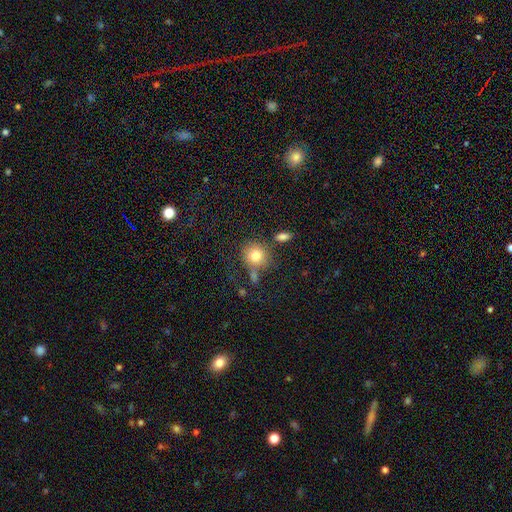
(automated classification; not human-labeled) This appears to be a smooth galaxy with no disk features (79%) that is round (84%). Merging: none (65%).